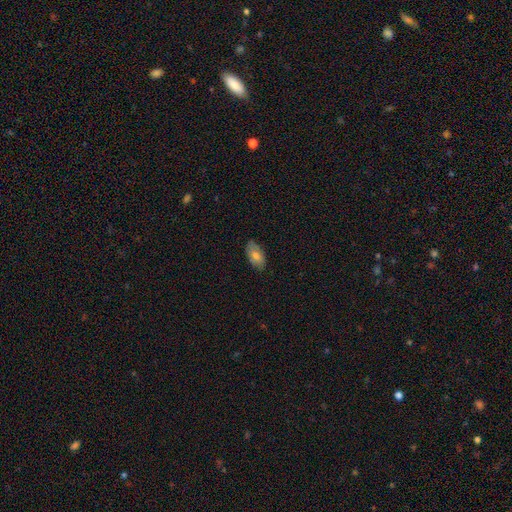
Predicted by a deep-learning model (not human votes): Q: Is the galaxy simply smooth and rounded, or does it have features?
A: smooth — 67%.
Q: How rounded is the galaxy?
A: in between — 93%.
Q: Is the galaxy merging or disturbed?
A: none — 80%.